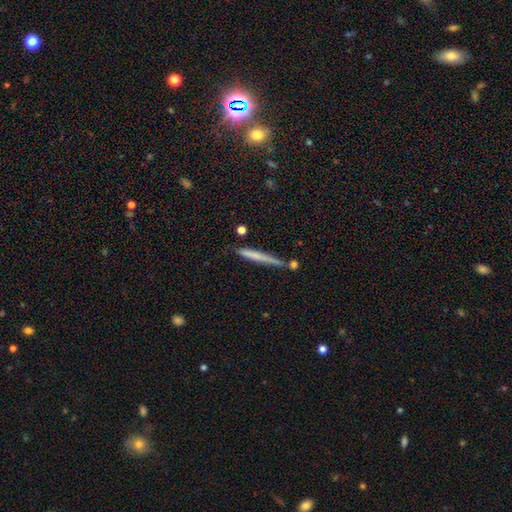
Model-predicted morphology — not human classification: This is possibly a smooth galaxy (59%). How rounded: clearly cigar-shaped (96%). Merging: likely none (75%).